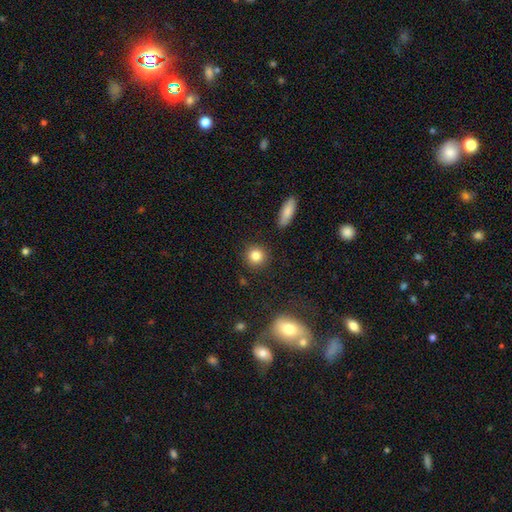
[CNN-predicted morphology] The model was most divided on "smooth or featured": smooth: 83%, star or artifact: 10%, featured or disk: 7%. More confident: how rounded — round (90%); merging — none (89%).